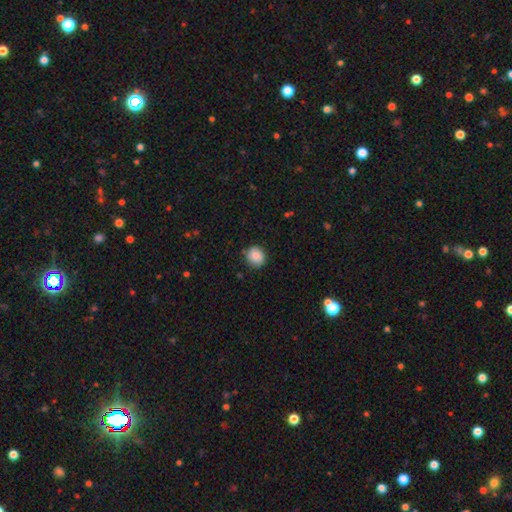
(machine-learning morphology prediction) smooth_or_featured: smooth (p=0.86) [alt: star or artifact p=0.08]
how_rounded: round (p=0.83) [alt: in between p=0.16]
merging: none (p=0.83) [alt: minor disturbance p=0.13]